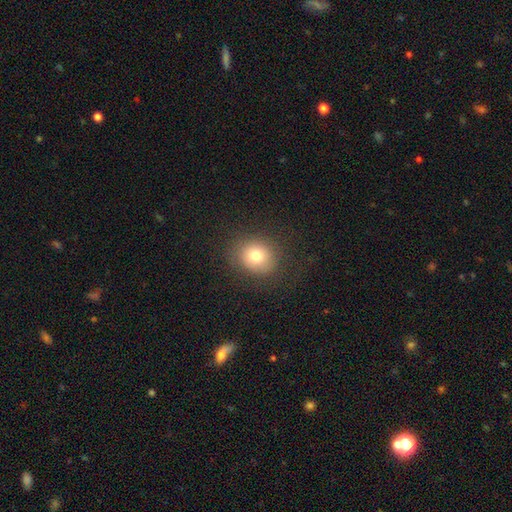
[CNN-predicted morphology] Overall: smooth (77%). How rounded: round (75%). Merging: none (84%).